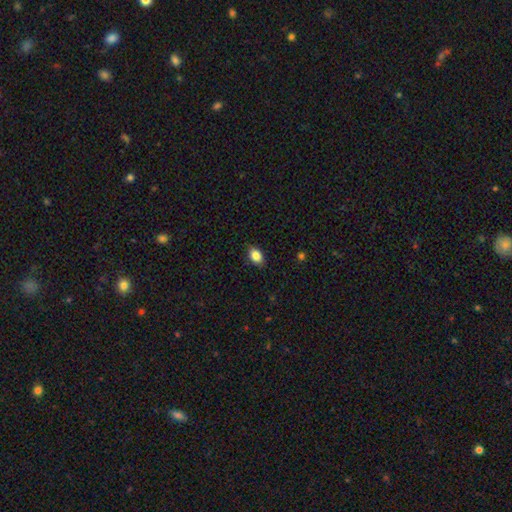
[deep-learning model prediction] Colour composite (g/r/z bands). It shows a smooth galaxy with no disk features (86%) that is in between round and cigar-shaped (84%). Merging: none (86%).